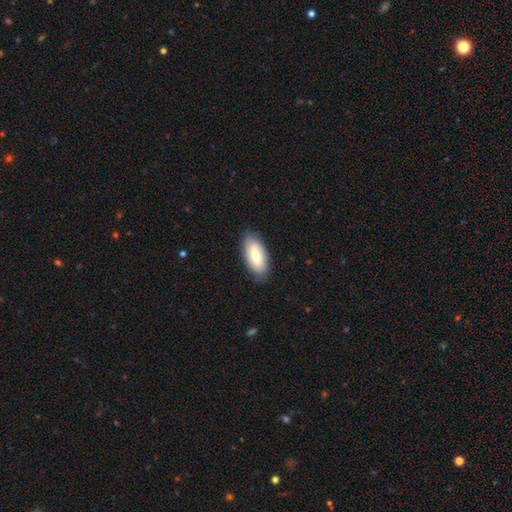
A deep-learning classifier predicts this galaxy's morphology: smooth_or_featured: smooth (p=0.62) [alt: featured or disk p=0.32]
how_rounded: in between (p=0.88) [alt: cigar-shaped p=0.10]
merging: none (p=0.84) [alt: minor disturbance p=0.12]